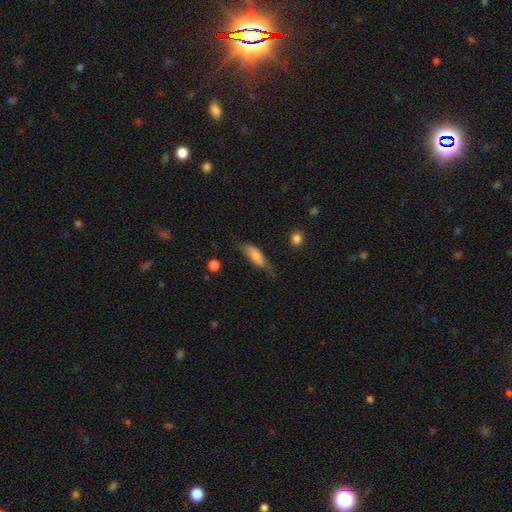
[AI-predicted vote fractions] Q: Smooth or featured?
A: smooth (69%); runner-up: featured or disk (25%)
Q: How rounded?
A: in between (63%); runner-up: cigar-shaped (34%)
Q: Merging?
A: none (45%); runner-up: minor disturbance (36%)